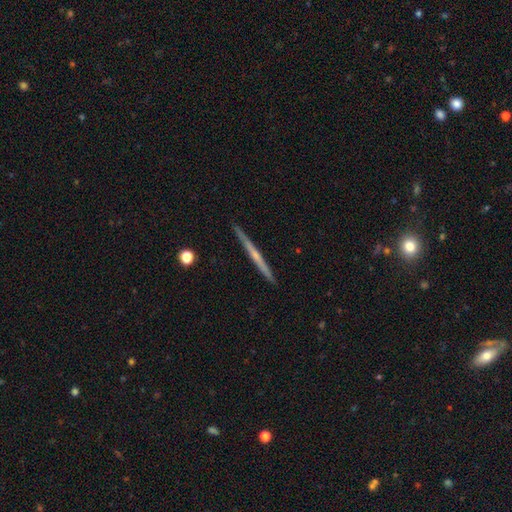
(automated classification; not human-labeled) Q: Smooth or featured?
A: featured or disk (64%); runner-up: smooth (30%)
Q: Edge-on disk?
A: yes (98%); runner-up: no (2%)
Q: Edge-on bulge?
A: none (63%); runner-up: rounded (32%)
Q: Merging?
A: none (91%); runner-up: minor disturbance (6%)